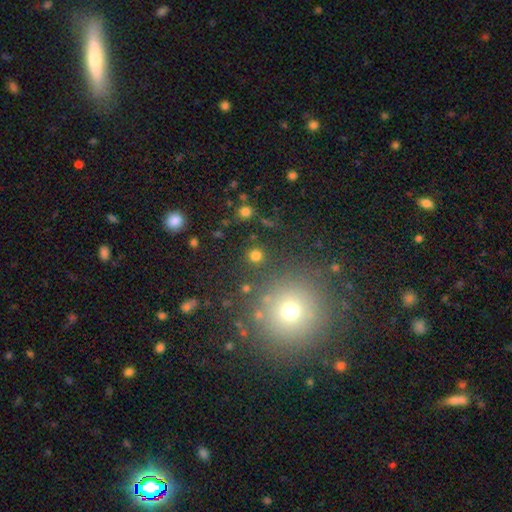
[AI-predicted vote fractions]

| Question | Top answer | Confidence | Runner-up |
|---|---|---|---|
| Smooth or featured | smooth | 77% | star or artifact (18%) |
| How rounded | round | 92% | in between (7%) |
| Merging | none | 87% | minor disturbance (6%) |